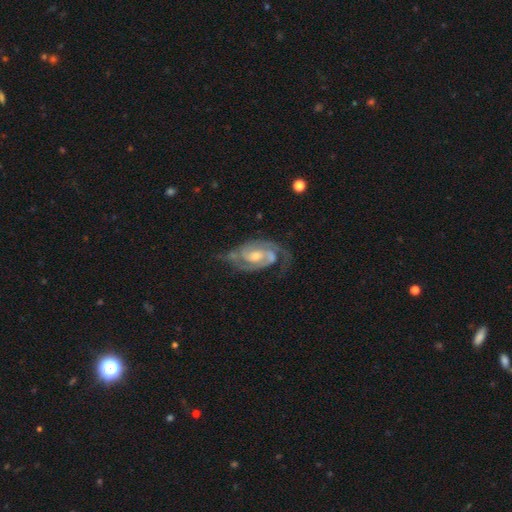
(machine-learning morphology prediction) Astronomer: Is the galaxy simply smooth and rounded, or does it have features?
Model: featured or disk — 91%.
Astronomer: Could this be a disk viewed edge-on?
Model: no — 97%.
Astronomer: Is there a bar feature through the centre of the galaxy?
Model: weak — 45% (runner-up: no, 40%).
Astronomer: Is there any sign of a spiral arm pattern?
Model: yes — 98%.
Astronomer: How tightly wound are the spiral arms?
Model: tight — 49% (runner-up: medium, 43%).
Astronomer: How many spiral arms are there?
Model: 2 — 83%.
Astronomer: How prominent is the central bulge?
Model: moderate — 57% (runner-up: small, 34%).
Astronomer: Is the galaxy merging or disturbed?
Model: none — 68%.